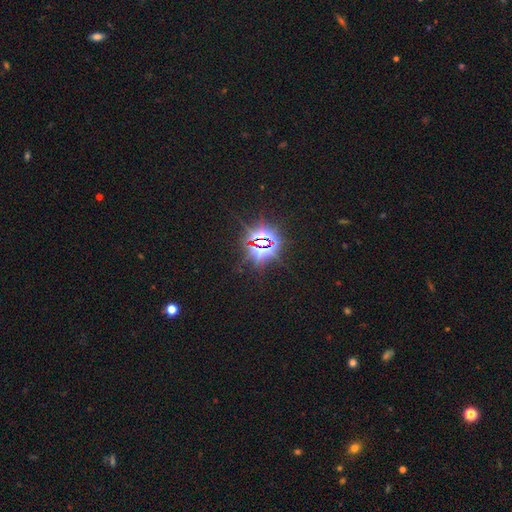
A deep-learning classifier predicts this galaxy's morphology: star or artifact 82%, smooth 12%, featured or disk 6%.